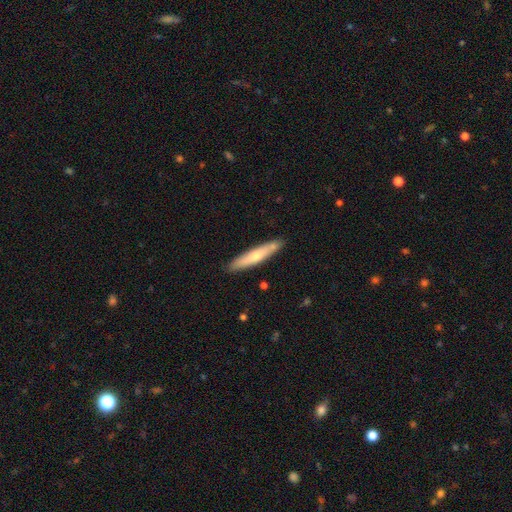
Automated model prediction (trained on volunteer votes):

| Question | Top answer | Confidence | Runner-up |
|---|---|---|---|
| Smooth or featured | smooth | 58% | featured or disk (37%) |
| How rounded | cigar-shaped | 89% | in between (9%) |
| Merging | none | 86% | minor disturbance (10%) |